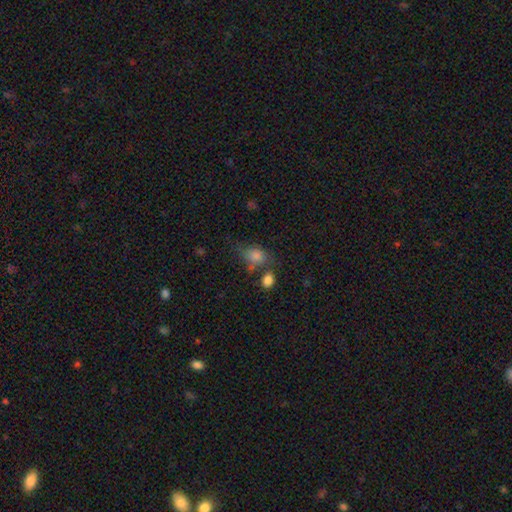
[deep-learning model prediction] A smooth galaxy with no disk features (78%) that is in between round and cigar-shaped (65%). Merging: none (47%).